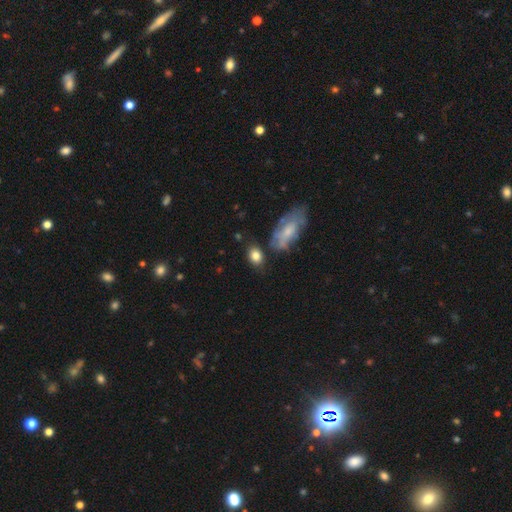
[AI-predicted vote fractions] Morphology: type=smooth (82%); roundness=in between (70%); merging=none (69%).